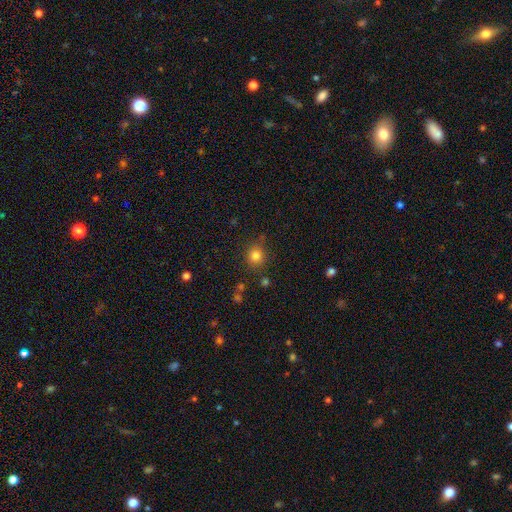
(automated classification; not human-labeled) Smooth or featured? smooth (82%)
How rounded? round (88%)
Merging? none (80%)